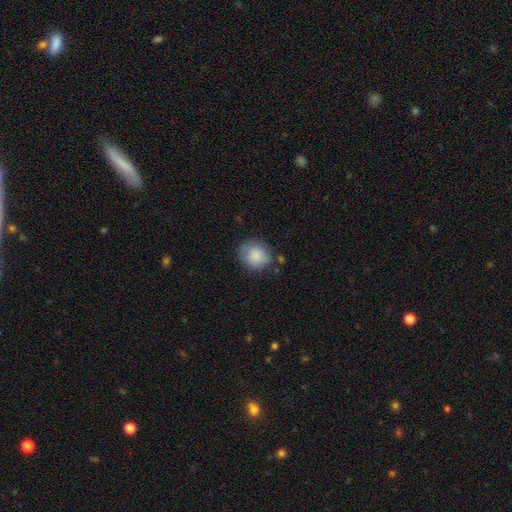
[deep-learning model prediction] This appears to be a smooth galaxy with no disk features (84%) that is round (80%). Merging: none (68%).